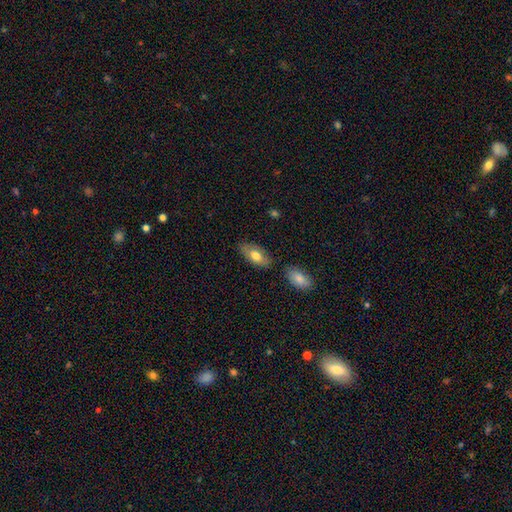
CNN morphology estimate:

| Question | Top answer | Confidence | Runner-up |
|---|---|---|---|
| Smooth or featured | smooth | 73% | featured or disk (21%) |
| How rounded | in between | 90% | cigar-shaped (7%) |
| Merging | none | 76% | minor disturbance (15%) |